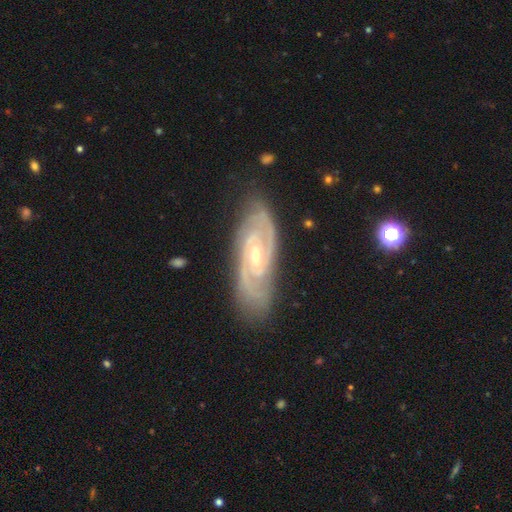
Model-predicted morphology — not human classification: Smooth or featured? featured or disk (90%)
Edge-on disk? no (93%)
Bar? weak (45%)
Spiral arms? yes (98%)
Spiral winding? tight (62%)
Spiral arm count? 2 (71%)
Bulge size? small (62%)
Merging? none (82%)